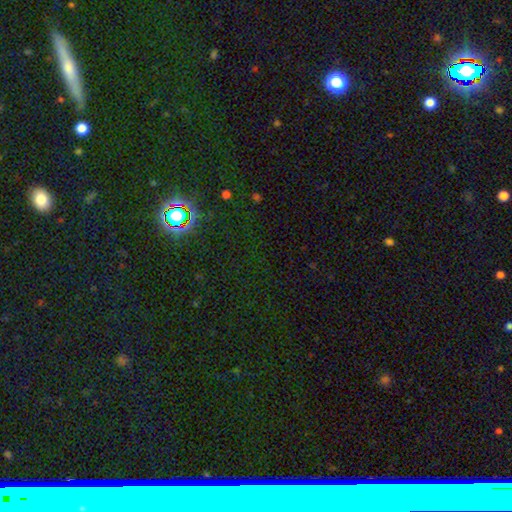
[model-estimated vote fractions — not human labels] A star or artifact, not a galaxy (81%).